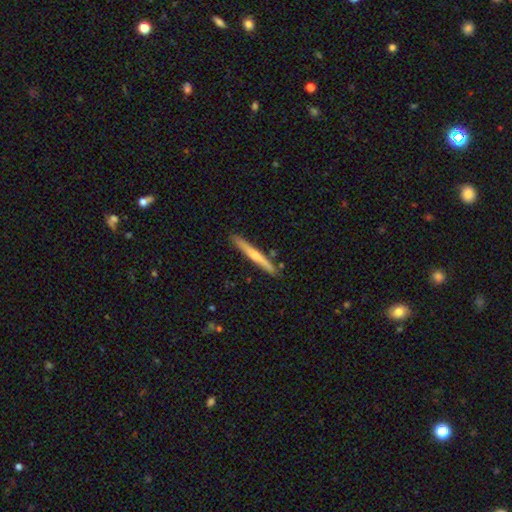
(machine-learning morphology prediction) smooth_or_featured: smooth (p=0.50) [alt: featured or disk p=0.45]
how_rounded: cigar-shaped (p=0.96) [alt: in between p=0.02]
merging: none (p=0.86) [alt: minor disturbance p=0.10]